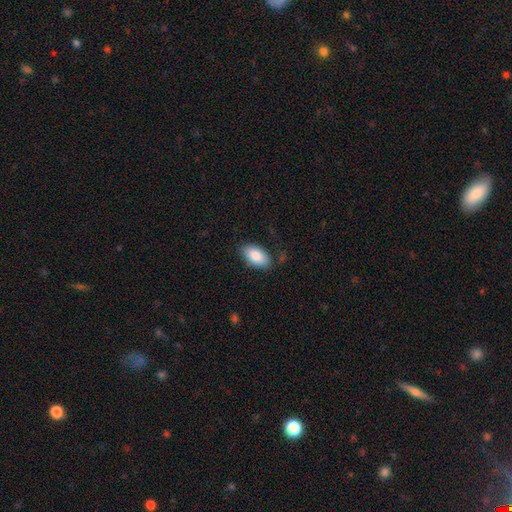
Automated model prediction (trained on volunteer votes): smooth 85%, featured or disk 9%, star or artifact 6%. Down the decision tree: how rounded — in between (94%); merging — none (79%).